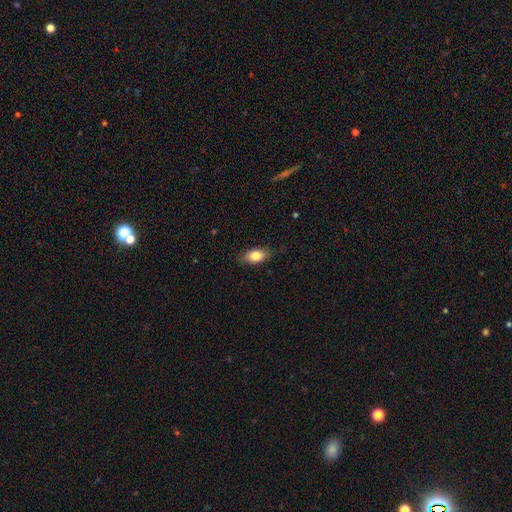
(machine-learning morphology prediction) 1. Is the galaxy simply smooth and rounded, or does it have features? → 79% smooth, 14% featured or disk, 7% star or artifact.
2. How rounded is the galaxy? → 86% in between, 9% cigar-shaped, 5% round.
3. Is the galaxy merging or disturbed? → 83% none, 14% minor disturbance, 3% major disturbance, 1% merger.